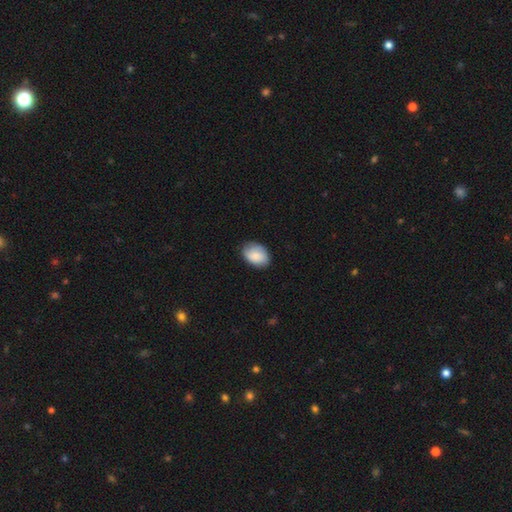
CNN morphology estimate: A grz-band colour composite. It shows a smooth galaxy with no disk features (84%) that is in between round and cigar-shaped (82%). Merging: none (78%).